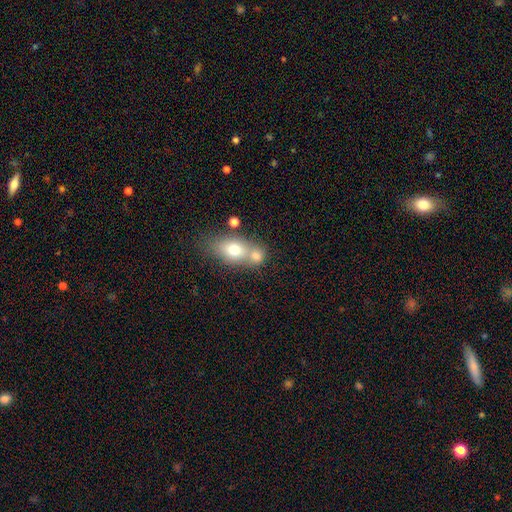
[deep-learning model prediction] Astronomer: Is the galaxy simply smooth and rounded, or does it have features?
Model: smooth — 72%.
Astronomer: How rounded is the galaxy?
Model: in between — 54% (runner-up: round, 42%).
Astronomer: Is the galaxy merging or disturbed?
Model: merger — 55% (runner-up: none, 33%).